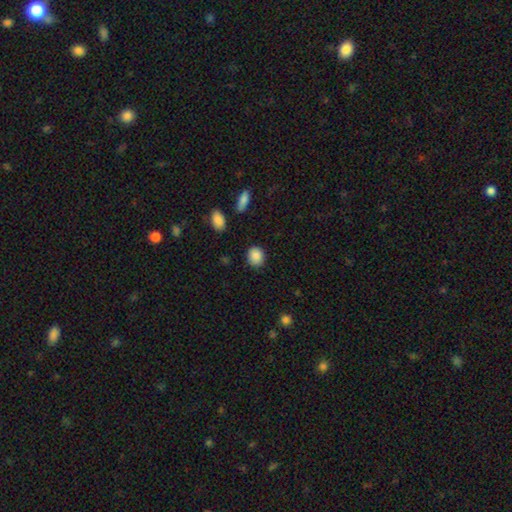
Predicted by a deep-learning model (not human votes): A smooth galaxy with no disk features (88%) that is round (73%). Merging: none (87%).